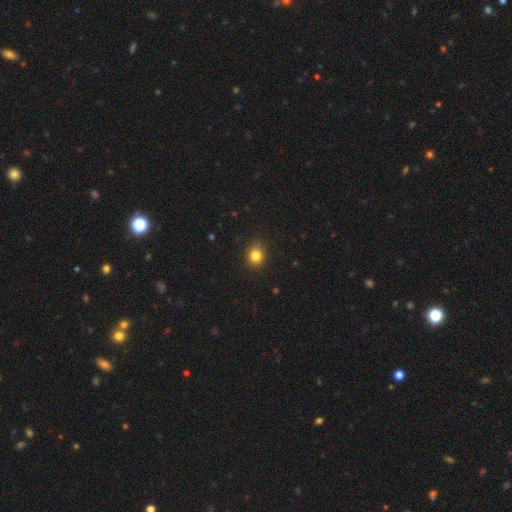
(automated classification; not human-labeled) smooth 82%, star or artifact 13%, featured or disk 6%. Down the decision tree: how rounded — round (79%); merging — none (84%).